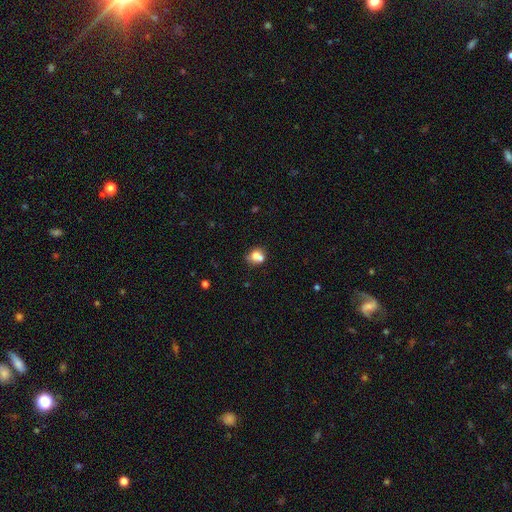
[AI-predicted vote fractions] A smooth galaxy with no disk features (70%) that is round (65%).

Vote fractions:
- Smooth or featured? smooth: 70% / featured or disk: 19% / star or artifact: 12%
- How rounded? round: 65% / in between: 34% / cigar-shaped: 1%
- Merging? merger: 46% / none: 39% / minor disturbance: 11% / major disturbance: 4%